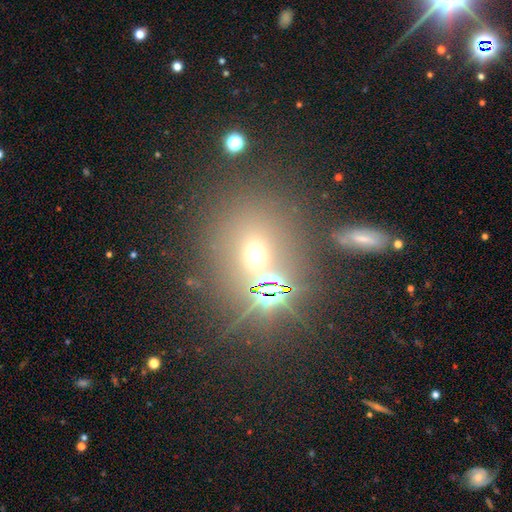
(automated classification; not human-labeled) Smooth or featured? Predicted: smooth (p=0.45). Merging? Predicted: none (p=0.70).